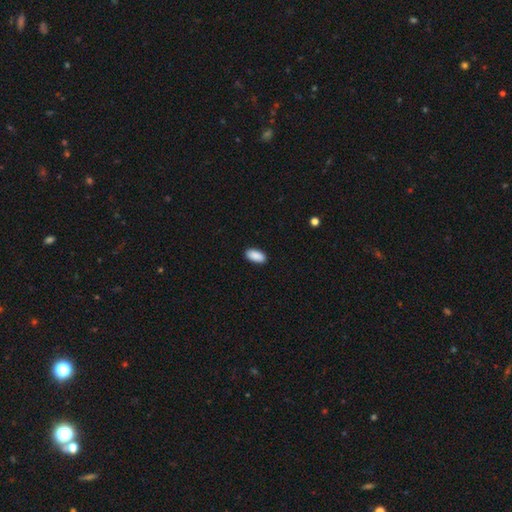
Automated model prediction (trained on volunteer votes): Q: Smooth or featured?
A: smooth (91%); runner-up: star or artifact (6%)
Q: How rounded?
A: in between (94%); runner-up: cigar-shaped (4%)
Q: Merging?
A: none (91%); runner-up: minor disturbance (7%)